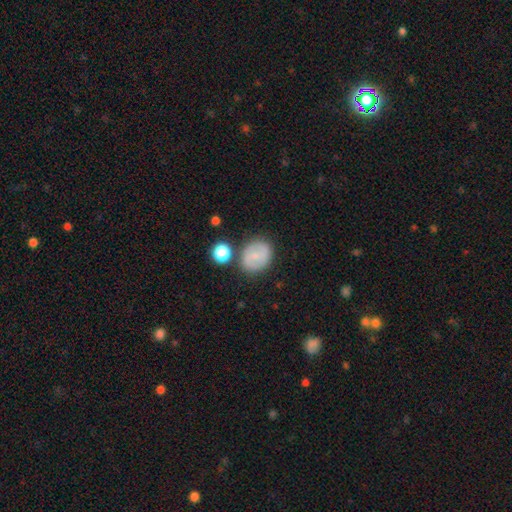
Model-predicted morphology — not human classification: type=smooth (64%); roundness=round (59%); merging=none (77%).